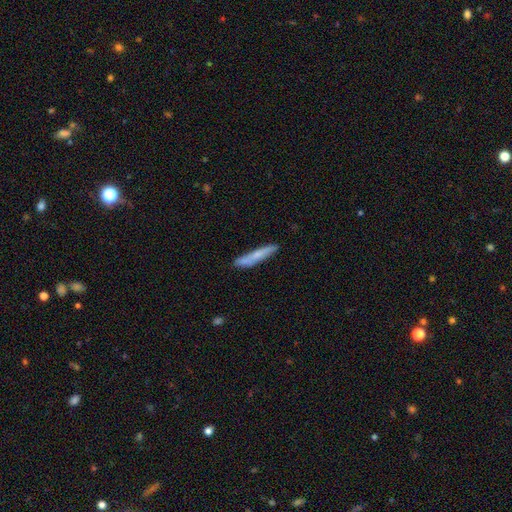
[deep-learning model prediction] Smooth or featured?
  - smooth: 62% *
  - featured or disk: 32%
  - star or artifact: 6%
How rounded?
  - cigar-shaped: 93% *
  - in between: 6%
  - round: 1%
Merging?
  - none: 82% *
  - minor disturbance: 14%
  - major disturbance: 2%
  - merger: 2%